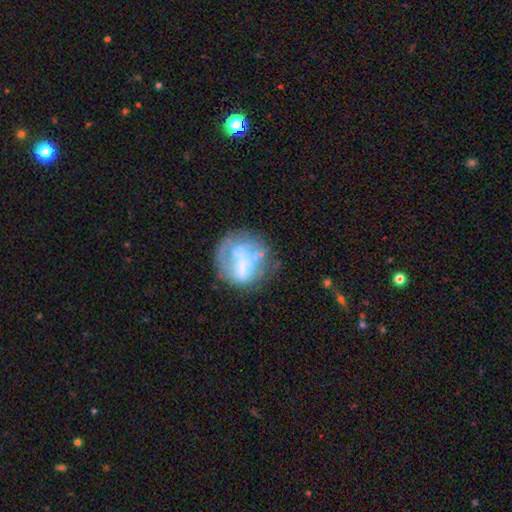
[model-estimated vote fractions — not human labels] Morphology: type=featured or disk (54%); edge-on=no (98%); bar=no (81%); spiral arms=no (87%); bulge=none (58%); merging=none (47%).